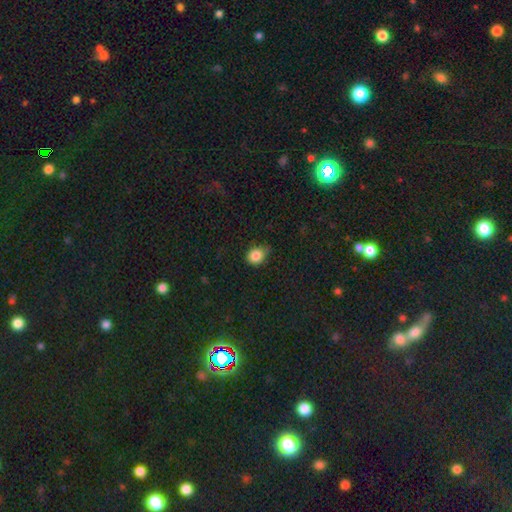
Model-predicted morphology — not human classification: The model was most divided on "how rounded": round: 65%, in between: 34%, cigar-shaped: 1%. More confident: smooth or featured — smooth (84%); merging — none (63%).